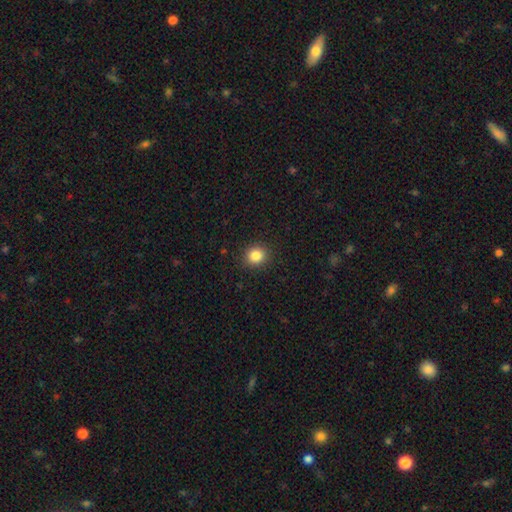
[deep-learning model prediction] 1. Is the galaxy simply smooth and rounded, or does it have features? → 85% smooth, 11% star or artifact, 5% featured or disk.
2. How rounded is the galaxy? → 82% round, 17% in between, 1% cigar-shaped.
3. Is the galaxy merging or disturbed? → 90% none, 7% minor disturbance, 2% major disturbance, 1% merger.